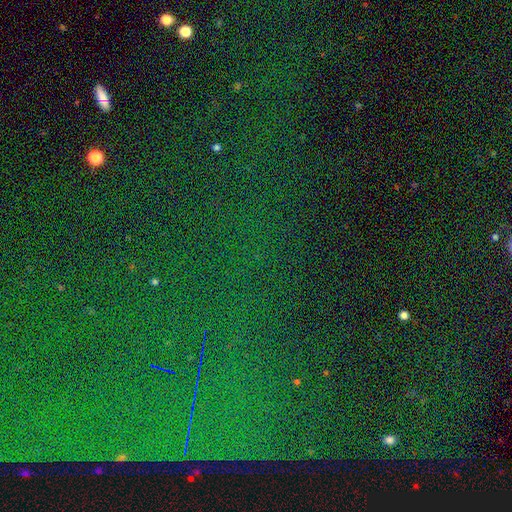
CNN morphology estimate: smooth-or-featured: star or artifact: 84% | smooth: 9% | featured or disk: 7%